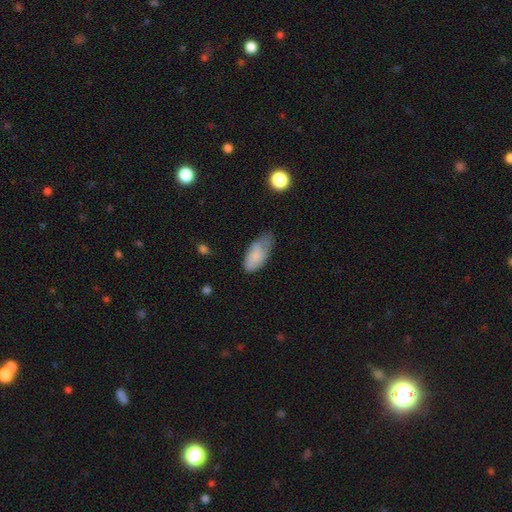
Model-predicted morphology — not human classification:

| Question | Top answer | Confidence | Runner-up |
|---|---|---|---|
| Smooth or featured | smooth | 77% | featured or disk (16%) |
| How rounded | in between | 91% | cigar-shaped (7%) |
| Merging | minor disturbance | 44% | none (39%) |